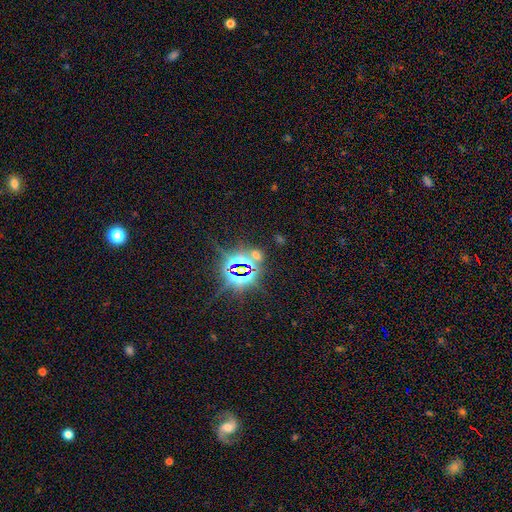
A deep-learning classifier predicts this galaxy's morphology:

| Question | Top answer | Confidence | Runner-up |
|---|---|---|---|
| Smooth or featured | star or artifact | 75% | smooth (18%) |